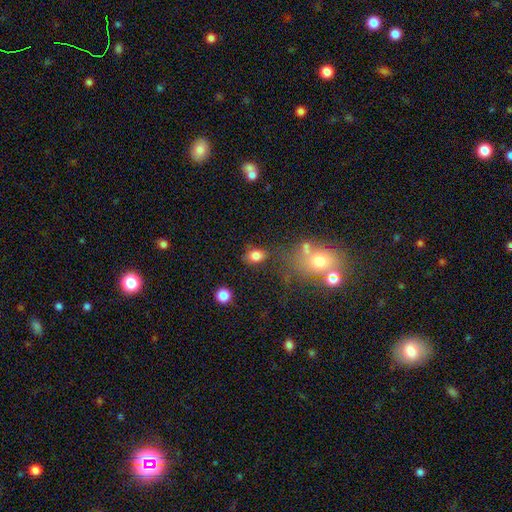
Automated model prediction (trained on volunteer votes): A smooth galaxy with no disk features (82%) that is in between round and cigar-shaped (68%). Merging: none (74%).